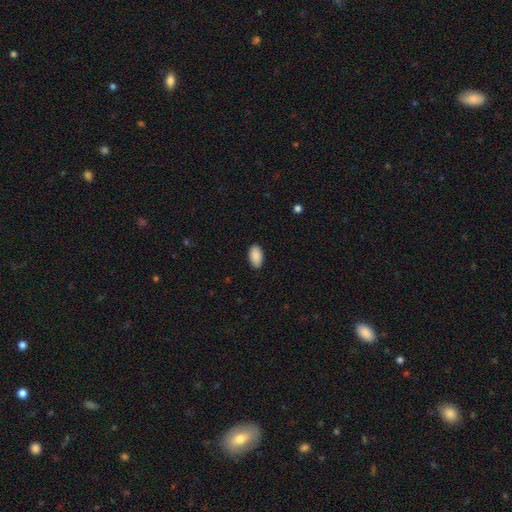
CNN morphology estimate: Q: Smooth or featured?
A: smooth (90%); runner-up: star or artifact (7%)
Q: How rounded?
A: in between (94%); runner-up: round (4%)
Q: Merging?
A: none (88%); runner-up: minor disturbance (9%)